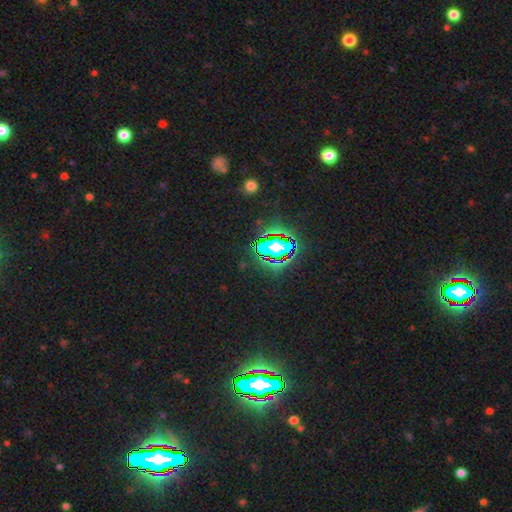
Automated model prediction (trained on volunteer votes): A star or artifact, not a galaxy (83%).